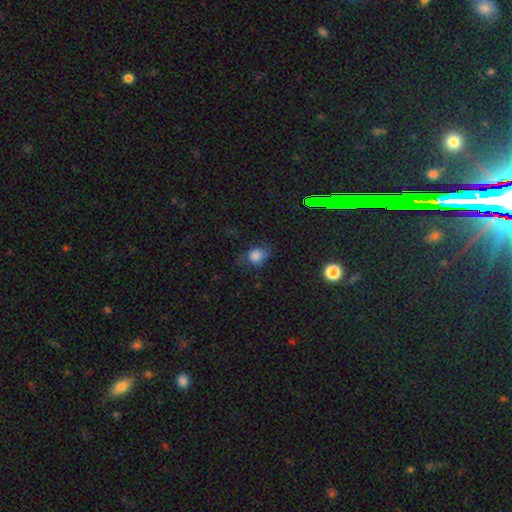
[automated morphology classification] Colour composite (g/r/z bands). It shows a smooth galaxy with no disk features (72%) that is round (58%). Merging: none (55%).